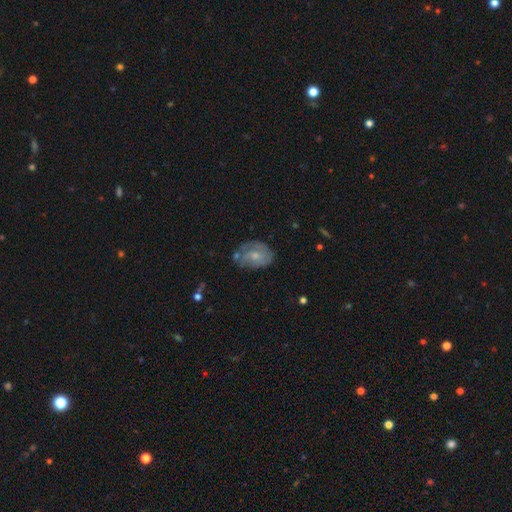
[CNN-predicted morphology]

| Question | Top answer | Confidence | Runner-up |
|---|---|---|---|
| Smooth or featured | smooth | 49% | featured or disk (44%) |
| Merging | none | 55% | minor disturbance (28%) |